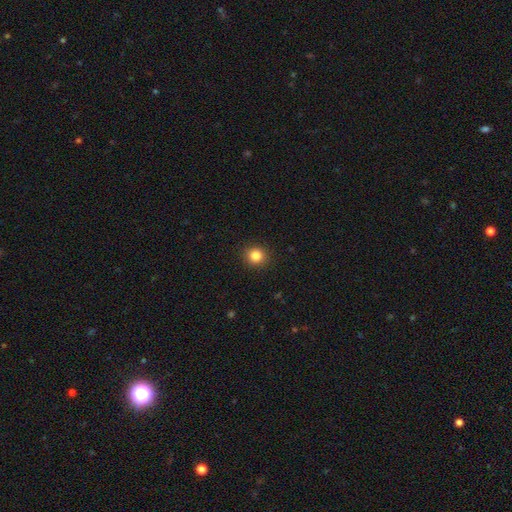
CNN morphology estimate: The model was most divided on "smooth or featured": smooth: 85%, star or artifact: 11%, featured or disk: 4%. More confident: merging — none (92%); how rounded — round (91%).